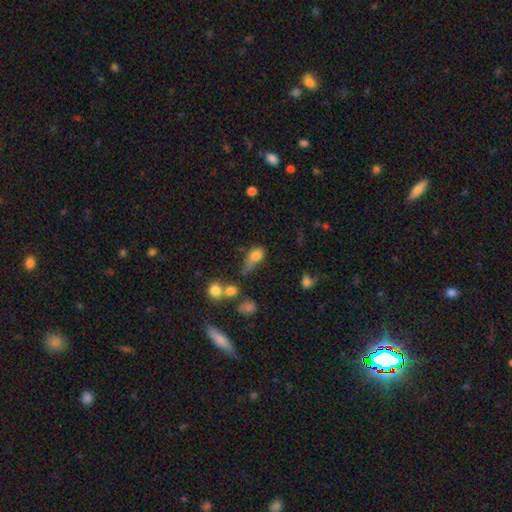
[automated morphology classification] A smooth galaxy with no disk features (74%) that is in between round and cigar-shaped (66%).

Vote fractions:
- Smooth or featured? smooth: 74% / featured or disk: 14% / star or artifact: 12%
- How rounded? in between: 66% / round: 27% / cigar-shaped: 7%
- Merging? none: 29% / minor disturbance: 28% / major disturbance: 26% / merger: 18%